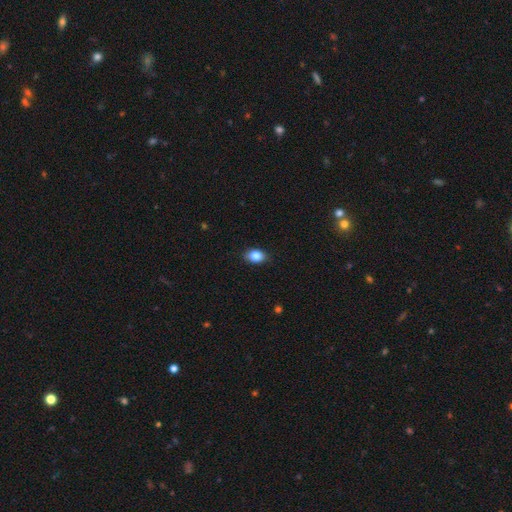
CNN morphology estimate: This is clearly a smooth galaxy (85%). How rounded: likely in between (78%). Merging: clearly none (88%).